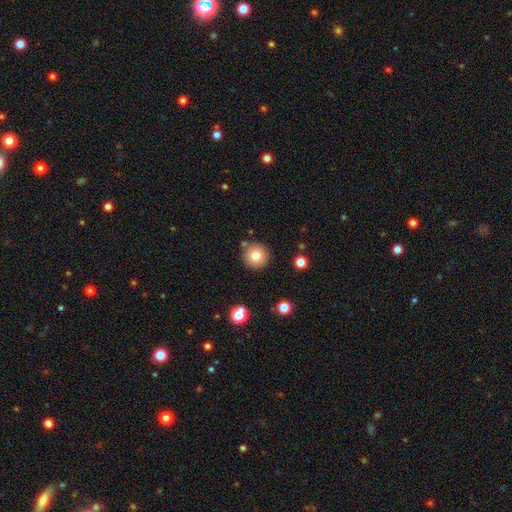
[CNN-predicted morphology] Smooth or featured?
  - smooth: 79% *
  - star or artifact: 11%
  - featured or disk: 10%
How rounded?
  - round: 96% *
  - in between: 3%
  - cigar-shaped: 1%
Merging?
  - none: 84% *
  - minor disturbance: 8%
  - merger: 5%
  - major disturbance: 2%